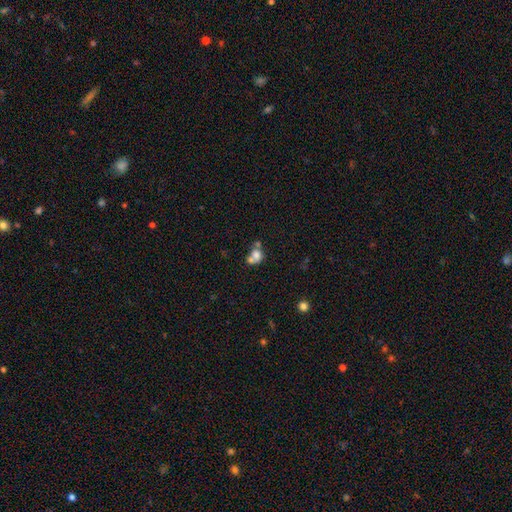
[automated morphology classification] This appears to be a smooth galaxy with no disk features (66%) that is round (57%). Merging: merger (59%).